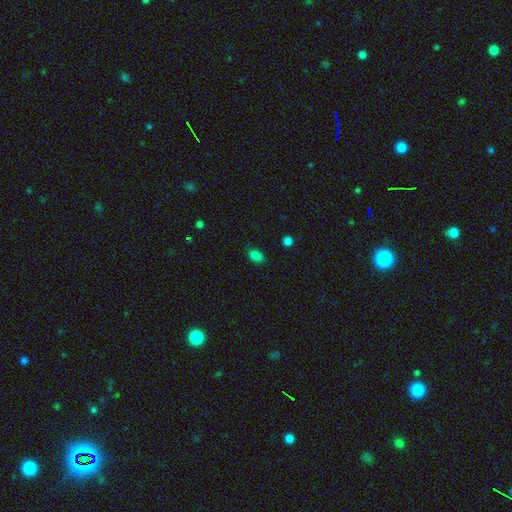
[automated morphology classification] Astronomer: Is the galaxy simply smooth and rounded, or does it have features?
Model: smooth — 83%.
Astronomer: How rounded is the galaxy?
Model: in between — 82%.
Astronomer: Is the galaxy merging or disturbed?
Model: none — 79%.